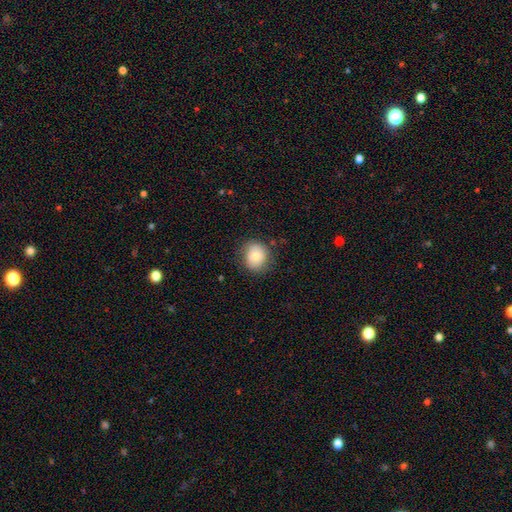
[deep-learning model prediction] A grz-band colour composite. It shows a smooth galaxy with no disk features (79%) that is round (68%). Merging: none (80%).